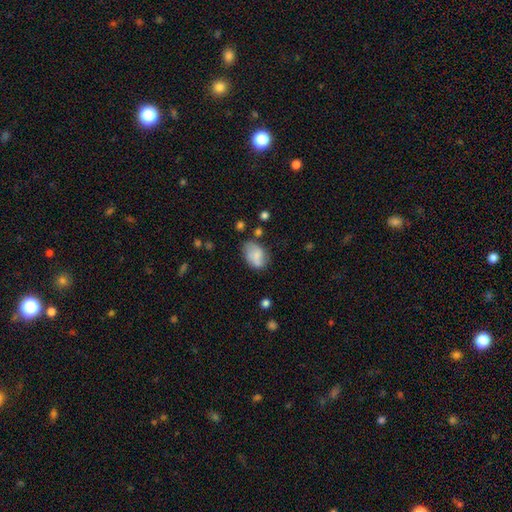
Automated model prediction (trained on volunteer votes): Smooth or featured: smooth — 73% (featured or disk — 18%)
How rounded: in between — 84% (round — 14%)
Merging: none — 54% (minor disturbance — 29%)